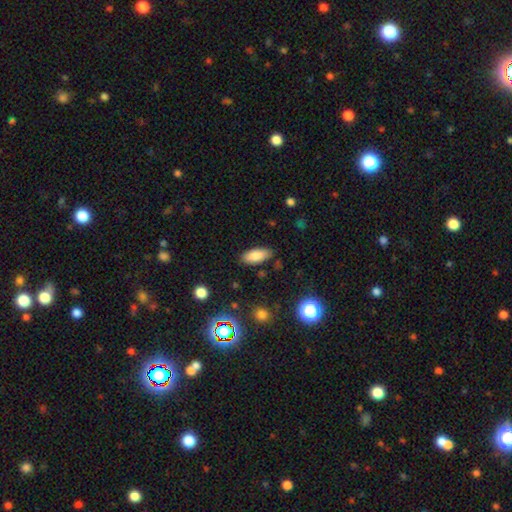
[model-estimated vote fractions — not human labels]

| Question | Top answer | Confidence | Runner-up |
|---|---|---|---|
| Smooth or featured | smooth | 82% | featured or disk (9%) |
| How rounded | in between | 85% | cigar-shaped (13%) |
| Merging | none | 85% | minor disturbance (11%) |